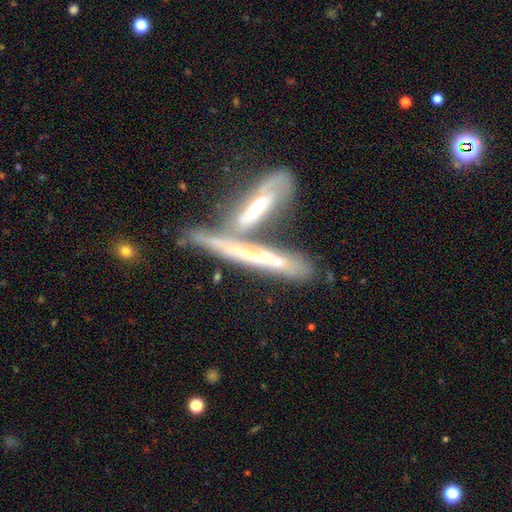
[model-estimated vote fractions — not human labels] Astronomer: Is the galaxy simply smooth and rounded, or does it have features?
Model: featured or disk — 64%.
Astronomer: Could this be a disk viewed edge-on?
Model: yes — 74%.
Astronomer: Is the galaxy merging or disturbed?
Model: merger — 46% (runner-up: none, 35%).